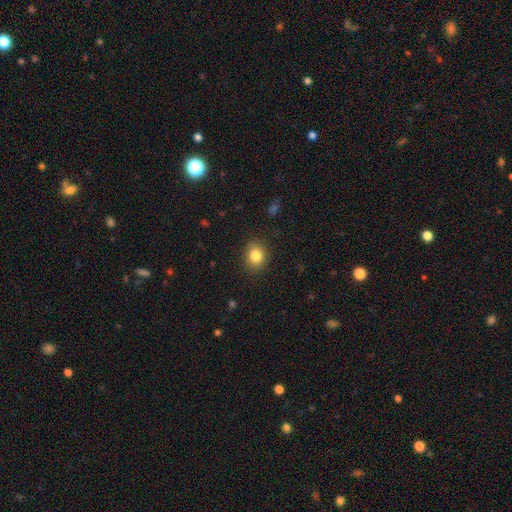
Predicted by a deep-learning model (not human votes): Smooth or featured? smooth (83%)
How rounded? round (58%)
Merging? none (87%)